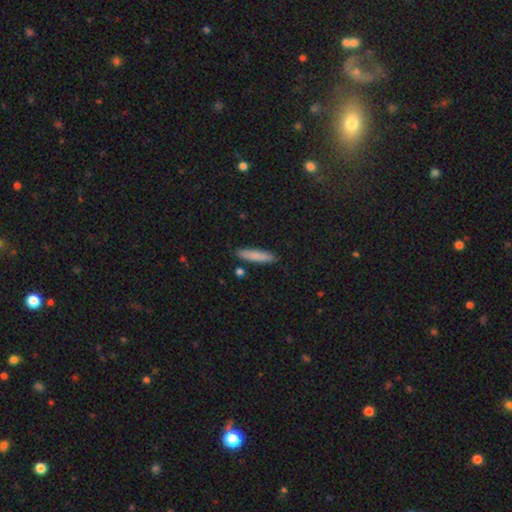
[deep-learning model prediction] Morphology: type=smooth (82%); roundness=cigar-shaped (87%); merging=none (88%).